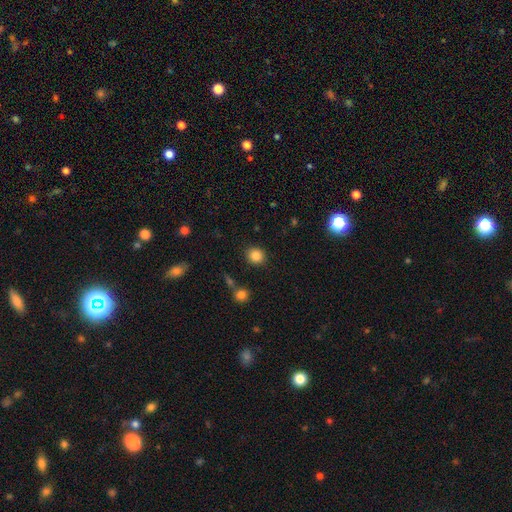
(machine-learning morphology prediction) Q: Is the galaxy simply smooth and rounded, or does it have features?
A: smooth — 86%.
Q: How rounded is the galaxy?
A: round — 86%.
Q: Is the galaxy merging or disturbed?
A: none — 88%.